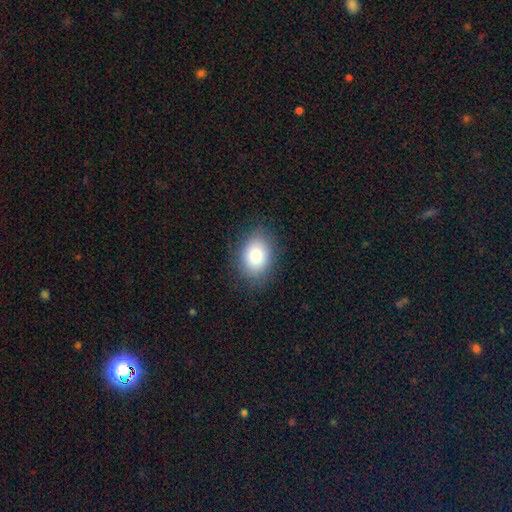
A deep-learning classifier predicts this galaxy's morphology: This appears to be a smooth galaxy with no disk features (83%) that is in between round and cigar-shaped (69%). Merging: none (83%).